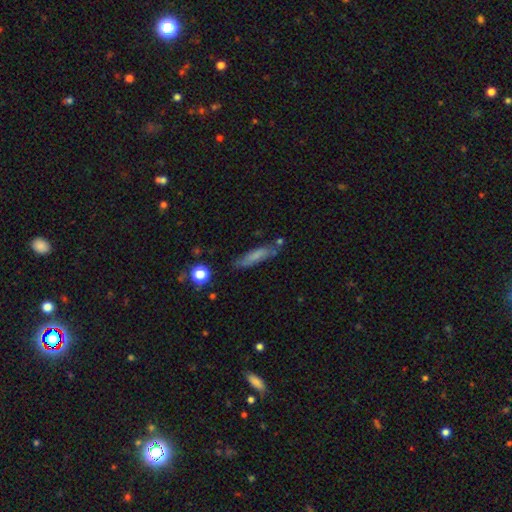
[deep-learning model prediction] smooth_or_featured: smooth (p=0.66) [alt: featured or disk p=0.25]
how_rounded: cigar-shaped (p=0.79) [alt: in between p=0.19]
merging: none (p=0.69) [alt: minor disturbance p=0.19]